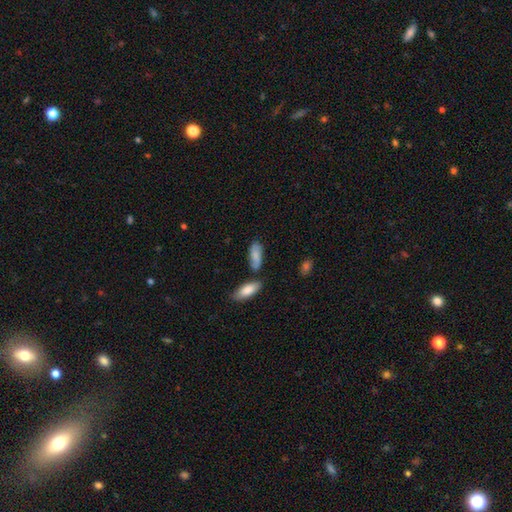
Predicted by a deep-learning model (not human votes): This appears to be a smooth galaxy with no disk features (79%) that is in between round and cigar-shaped (80%). Merging: none (67%).